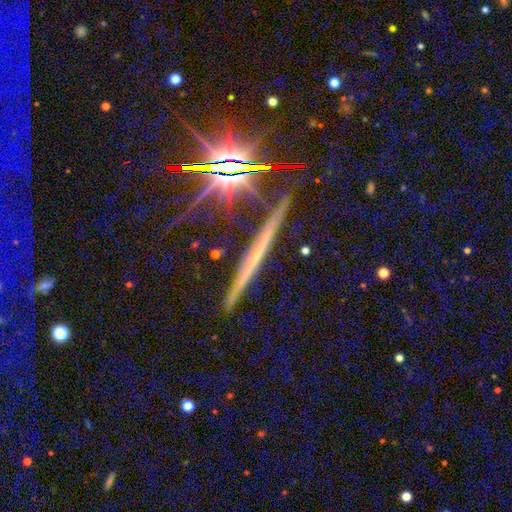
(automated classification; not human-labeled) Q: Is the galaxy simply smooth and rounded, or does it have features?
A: featured or disk — 50%.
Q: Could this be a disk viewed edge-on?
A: yes — 95%.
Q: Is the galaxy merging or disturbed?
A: none — 86%.